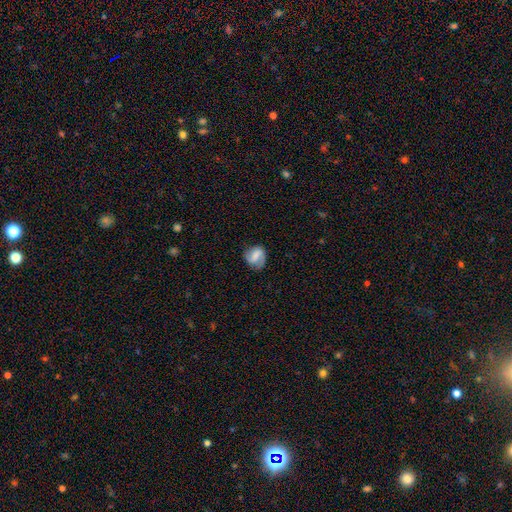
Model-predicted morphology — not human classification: Smooth or featured? Predicted: featured or disk (p=0.52). Edge-on disk? Predicted: no (p=0.97). Bar? Predicted: weak (p=0.41). Spiral arms? Predicted: yes (p=0.84). Bulge size? Predicted: small (p=0.30). Merging? Predicted: none (p=0.69).